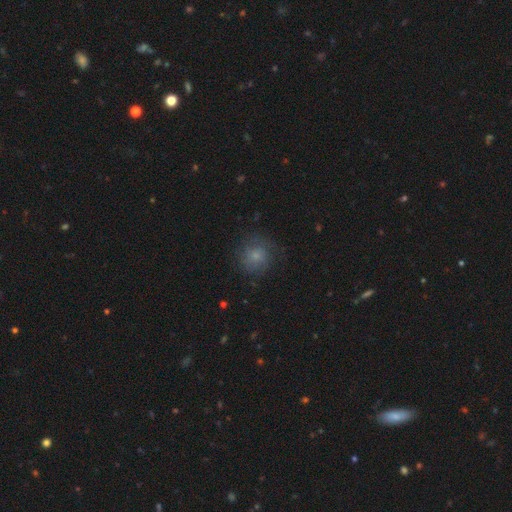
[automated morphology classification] The model was most divided on "smooth or featured": smooth: 65%, featured or disk: 24%, star or artifact: 11%. More confident: how rounded — round (88%); merging — none (71%).